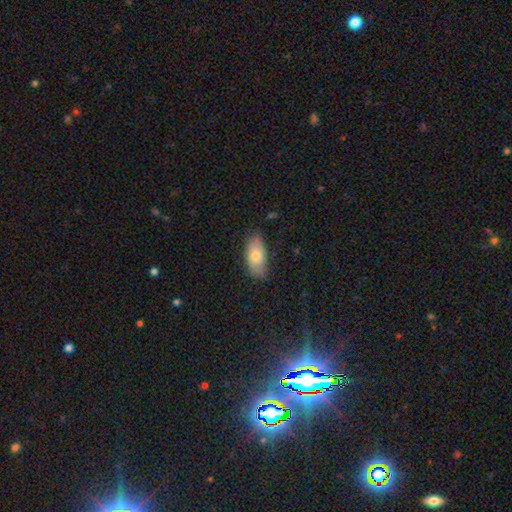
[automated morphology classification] The model was most divided on "smooth or featured": smooth: 73%, featured or disk: 20%, star or artifact: 7%. More confident: how rounded — in between (91%); merging — none (76%).